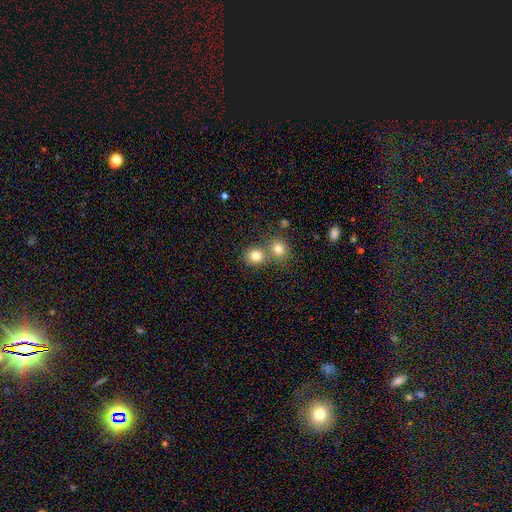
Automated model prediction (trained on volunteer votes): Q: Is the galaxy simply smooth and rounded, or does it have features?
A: smooth — 81%.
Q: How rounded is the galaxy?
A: round — 78%.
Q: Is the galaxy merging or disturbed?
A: none — 54%.